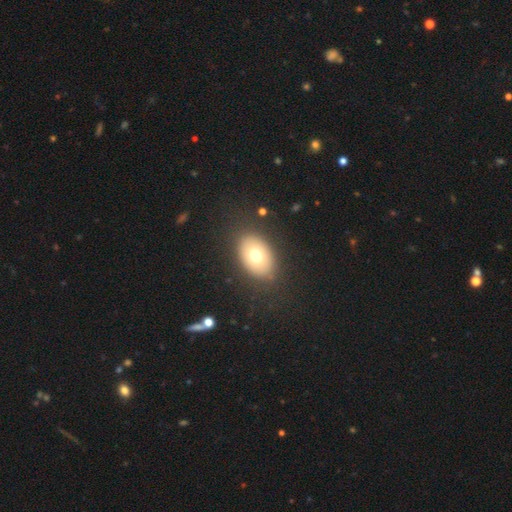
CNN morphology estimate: Q: Smooth or featured?
A: smooth (71%); runner-up: featured or disk (20%)
Q: How rounded?
A: in between (83%); runner-up: round (16%)
Q: Merging?
A: none (84%); runner-up: minor disturbance (10%)